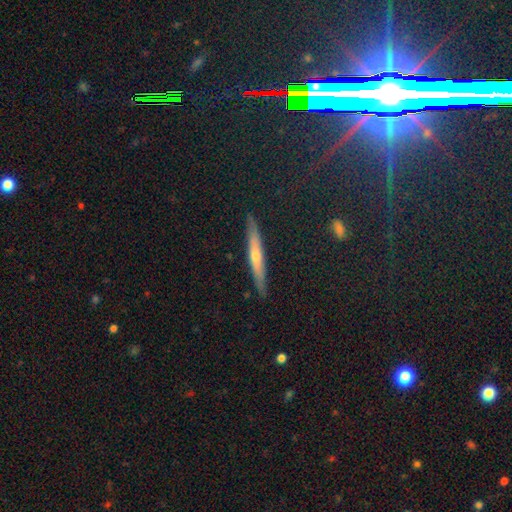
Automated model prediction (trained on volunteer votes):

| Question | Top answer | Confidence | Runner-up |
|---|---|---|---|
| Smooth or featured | featured or disk | 55% | smooth (37%) |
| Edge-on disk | yes | 93% | no (7%) |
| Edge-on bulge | rounded | 69% | none (27%) |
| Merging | none | 88% | minor disturbance (9%) |